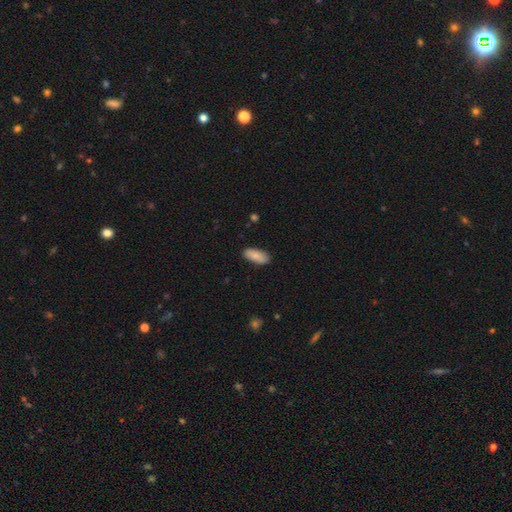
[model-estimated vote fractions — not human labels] smooth-or-featured: smooth: 84% | featured or disk: 10% | star or artifact: 6%
  how-rounded: in between: 86% | cigar-shaped: 12% | round: 2%
  merging: none: 85% | minor disturbance: 11% | major disturbance: 2% | merger: 1%